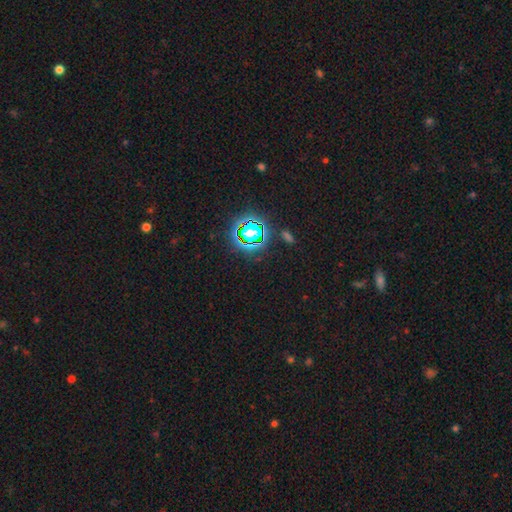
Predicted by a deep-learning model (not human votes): Smooth or featured?
  - star or artifact: 80% *
  - smooth: 13%
  - featured or disk: 6%